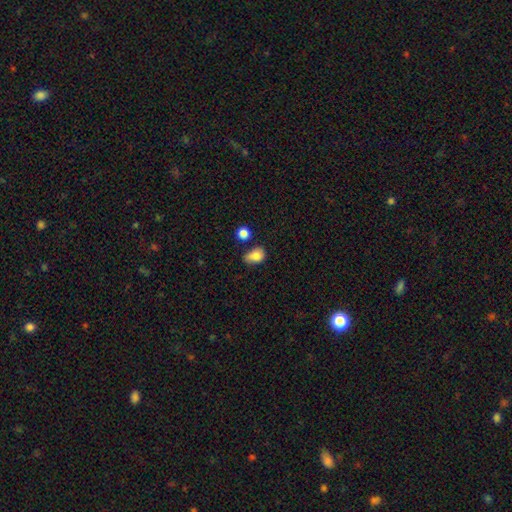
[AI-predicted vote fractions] Smooth or featured? smooth (80%)
How rounded? in between (69%)
Merging? none (40%)